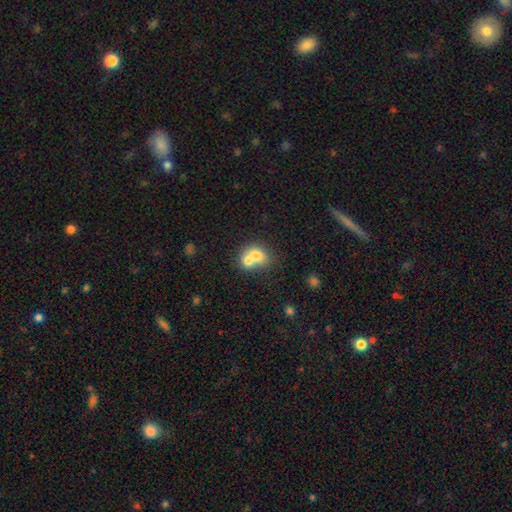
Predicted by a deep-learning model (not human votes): smooth 68%, featured or disk 22%, star or artifact 9%. Down the decision tree: how rounded — round (55%); merging — merger (71%).